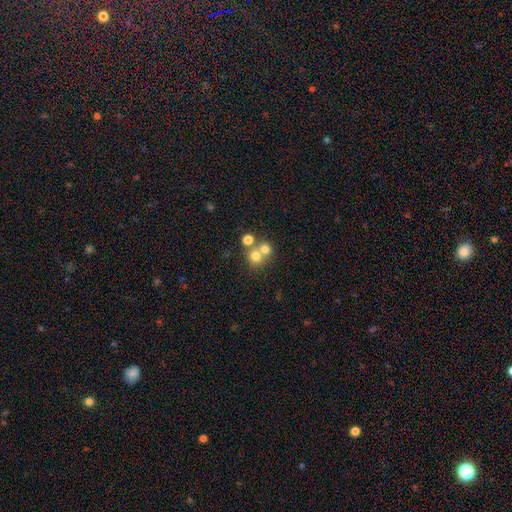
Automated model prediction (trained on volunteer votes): Overall: smooth (70%). How rounded: round (85%). Merging: merger (47%; none 44%).